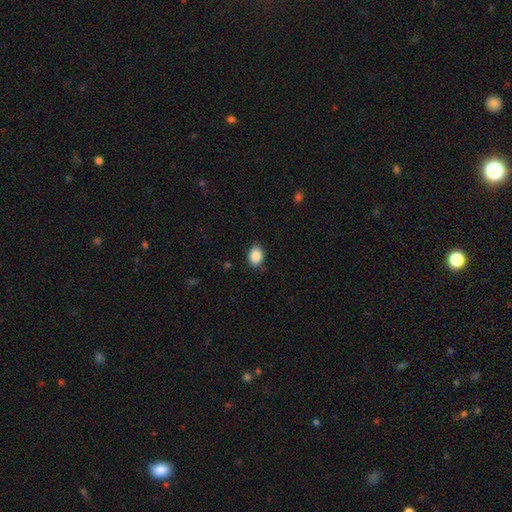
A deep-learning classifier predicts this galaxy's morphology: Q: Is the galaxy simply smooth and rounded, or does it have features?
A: smooth — 88%.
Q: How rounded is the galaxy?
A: in between — 74%.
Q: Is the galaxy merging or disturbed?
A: none — 82%.